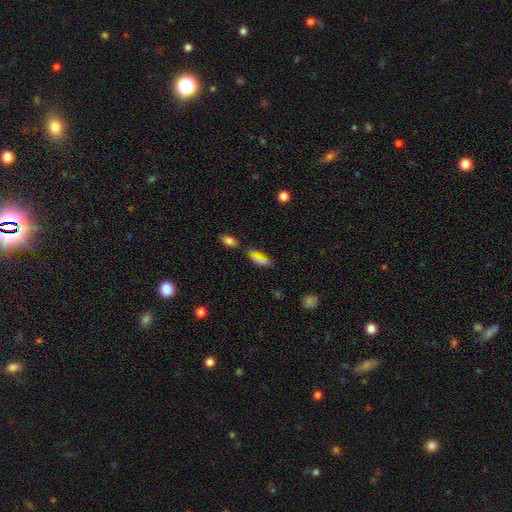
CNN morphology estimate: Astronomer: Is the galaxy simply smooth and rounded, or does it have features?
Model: smooth — 64%.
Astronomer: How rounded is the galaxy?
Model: in between — 55% (runner-up: cigar-shaped, 40%).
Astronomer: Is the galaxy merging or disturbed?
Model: none — 58%.